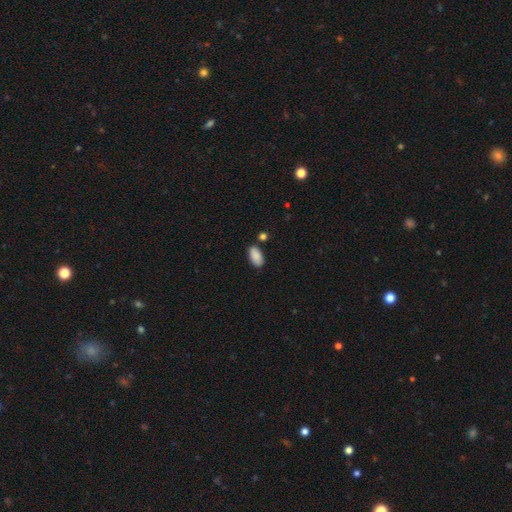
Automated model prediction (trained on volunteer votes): Smooth or featured? Predicted: smooth (p=0.89). How rounded? Predicted: in between (p=0.94). Merging? Predicted: none (p=0.78).